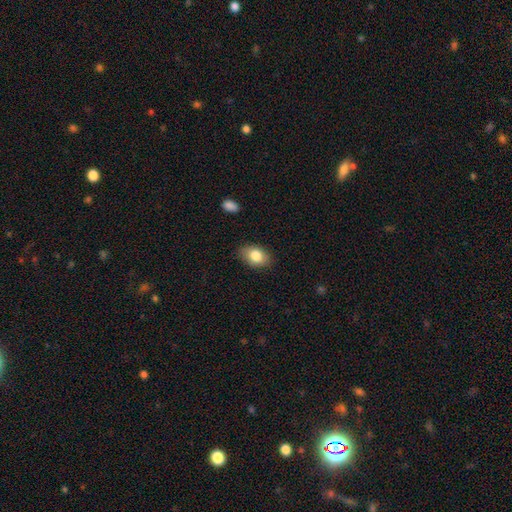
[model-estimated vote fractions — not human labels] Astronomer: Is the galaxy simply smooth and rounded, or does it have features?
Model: smooth — 82%.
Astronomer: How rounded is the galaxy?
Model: in between — 85%.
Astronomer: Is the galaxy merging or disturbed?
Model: none — 84%.